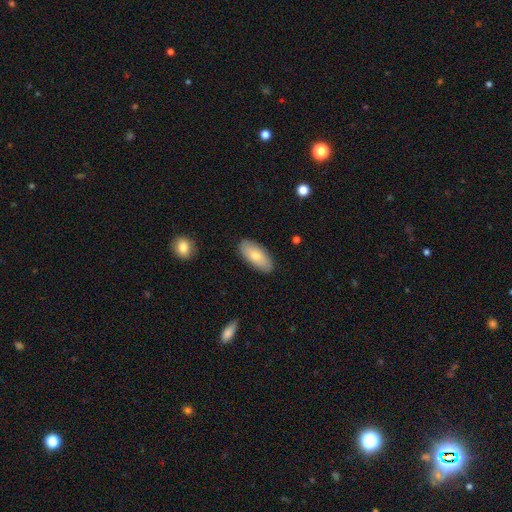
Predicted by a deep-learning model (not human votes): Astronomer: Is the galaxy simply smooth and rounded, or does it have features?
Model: smooth — 74%.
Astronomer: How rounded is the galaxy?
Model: in between — 89%.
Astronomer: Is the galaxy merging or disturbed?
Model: none — 87%.